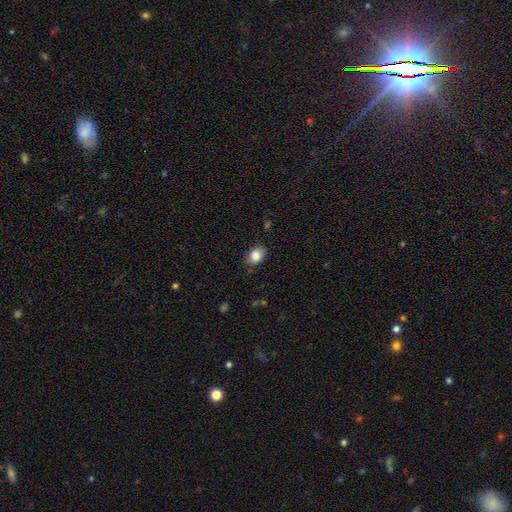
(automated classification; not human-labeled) Overall: smooth (85%). How rounded: in between (80%). Merging: none (83%).